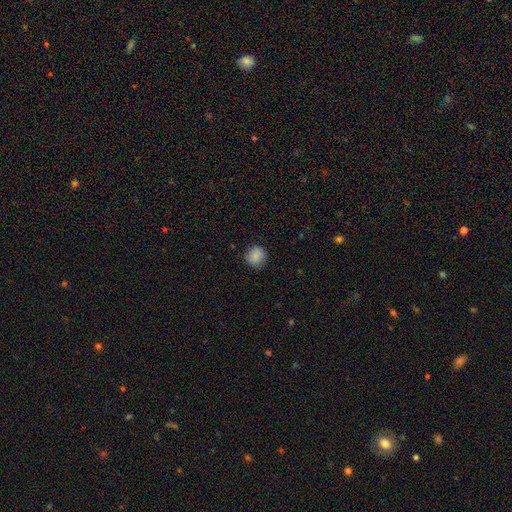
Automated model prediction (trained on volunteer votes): A smooth galaxy with no disk features (86%) that is round (91%). Merging: none (87%).